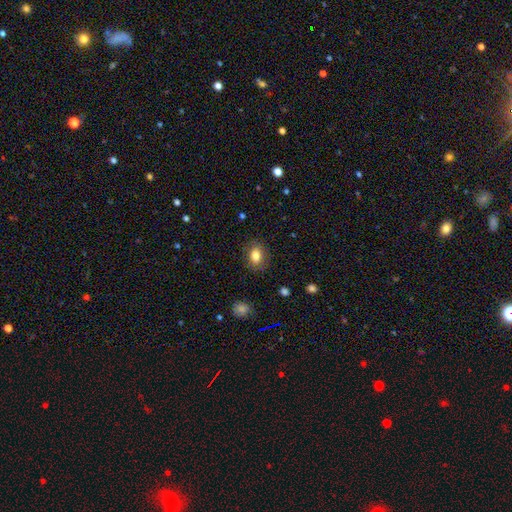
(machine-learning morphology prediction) smooth 82%, star or artifact 10%, featured or disk 9%. Down the decision tree: how rounded — in between (66%); merging — none (85%).